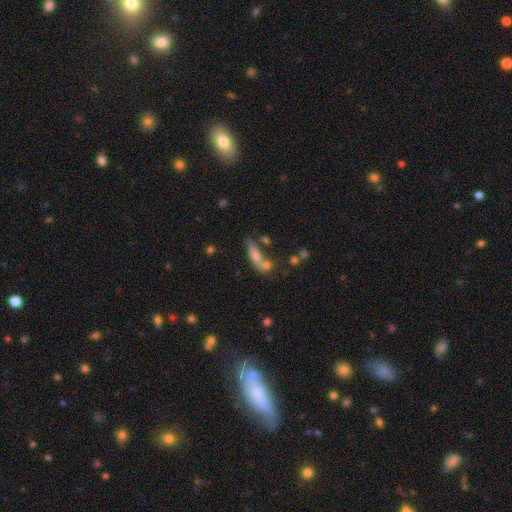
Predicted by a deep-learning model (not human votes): This appears to be a smooth galaxy with no disk features (67%) that is cigar-shaped (54%). Merging: none (43%).